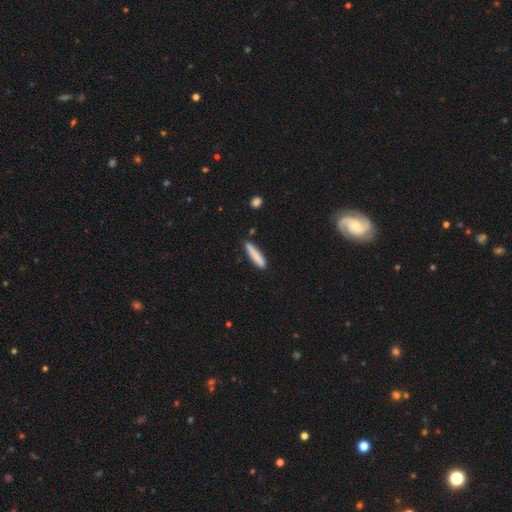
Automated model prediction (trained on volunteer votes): This appears to be a smooth galaxy with no disk features (82%) that is cigar-shaped (90%). Merging: none (81%).